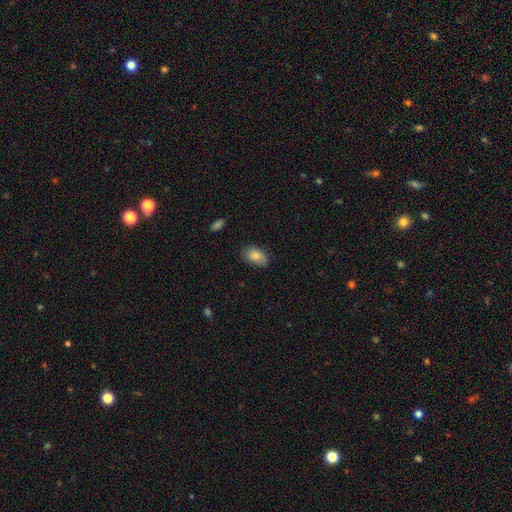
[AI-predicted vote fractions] smooth-or-featured: smooth: 84% | featured or disk: 9% | star or artifact: 7%
  how-rounded: in between: 91% | round: 8% | cigar-shaped: 2%
  merging: none: 78% | minor disturbance: 17% | major disturbance: 3% | merger: 1%